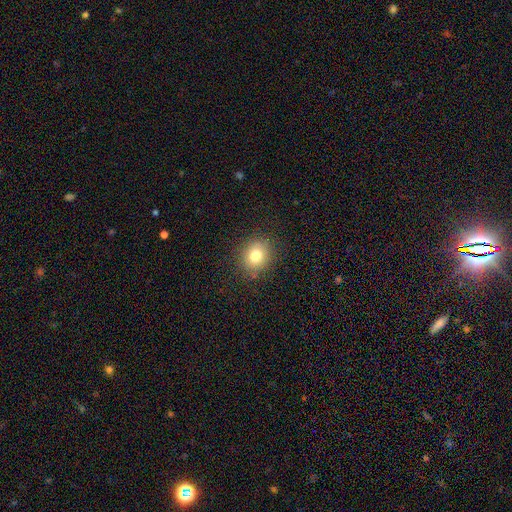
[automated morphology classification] Smooth or featured: smooth — 79% (star or artifact — 12%)
How rounded: round — 66% (in between — 33%)
Merging: none — 86% (minor disturbance — 10%)